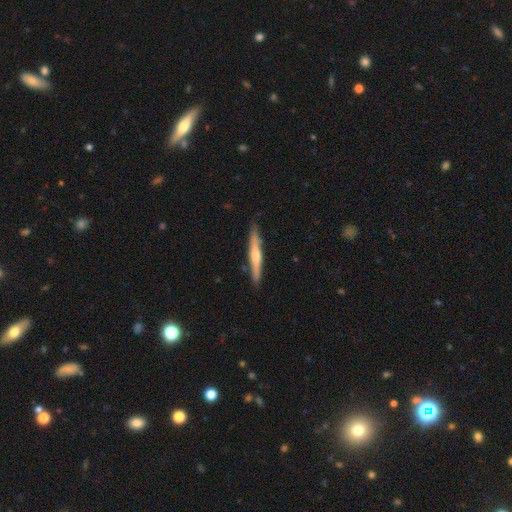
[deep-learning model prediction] This appears to be a featured or disk galaxy (51%) viewed edge-on (95%). Merging: none (85%).